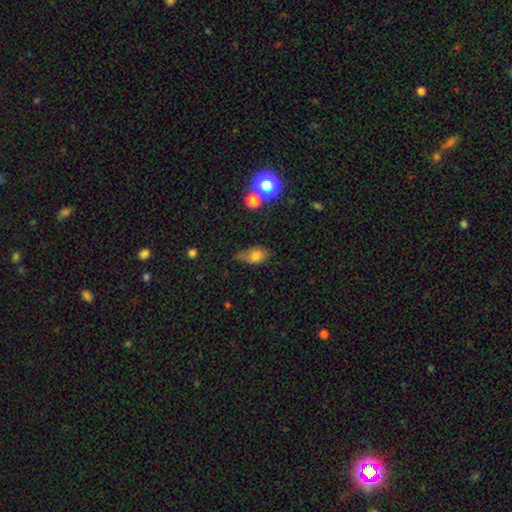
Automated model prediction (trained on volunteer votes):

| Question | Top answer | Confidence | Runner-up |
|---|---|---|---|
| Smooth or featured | smooth | 74% | featured or disk (14%) |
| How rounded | in between | 82% | round (16%) |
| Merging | none | 39% | tied: minor disturbance (39%) |